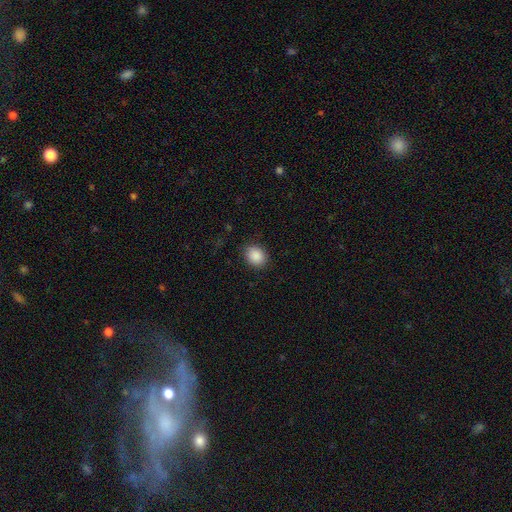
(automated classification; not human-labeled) A smooth galaxy with no disk features (89%) that is round (52%).

Vote fractions:
- Smooth or featured? smooth: 89% / star or artifact: 8% / featured or disk: 3%
- How rounded? round: 52% / in between: 47% / cigar-shaped: 1%
- Merging? none: 86% / minor disturbance: 10% / major disturbance: 3% / merger: 1%